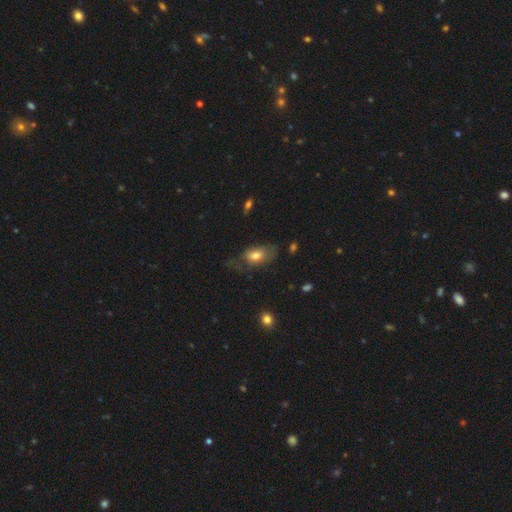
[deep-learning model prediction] Smooth or featured?
  - smooth: 66% *
  - featured or disk: 26%
  - star or artifact: 8%
How rounded?
  - in between: 89% *
  - round: 8%
  - cigar-shaped: 3%
Merging?
  - none: 43% *
  - minor disturbance: 29%
  - major disturbance: 26%
  - merger: 2%